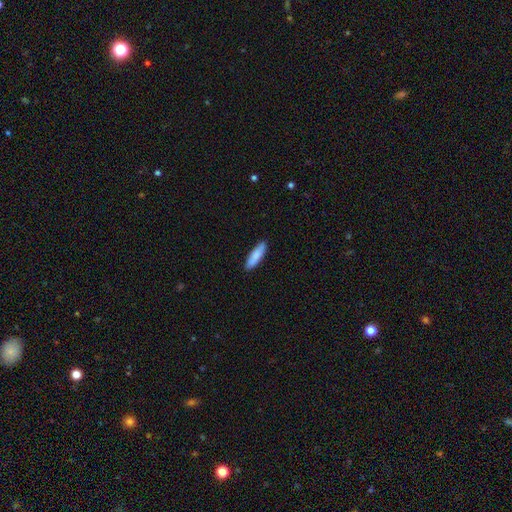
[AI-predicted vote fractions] A smooth galaxy with no disk features (84%) that is cigar-shaped (61%). Merging: none (88%).